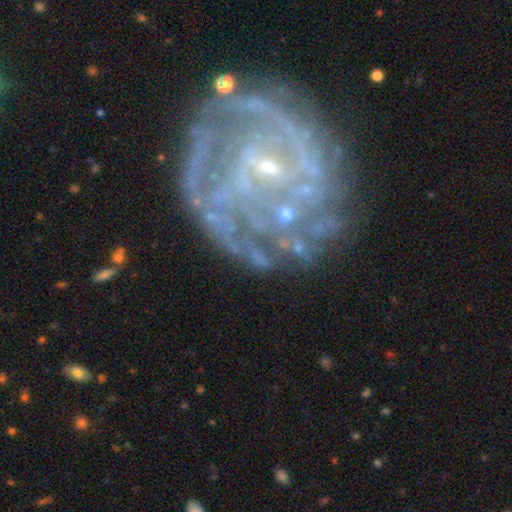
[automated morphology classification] featured or disk 73%, star or artifact 16%, smooth 11%. Down the decision tree: edge-on disk — no (97%); bar — no (59%); spiral arms — yes (77%); spiral arm count — can't tell (42%); spiral winding — tight (63%); bulge size — small (64%); merging — none (52%).